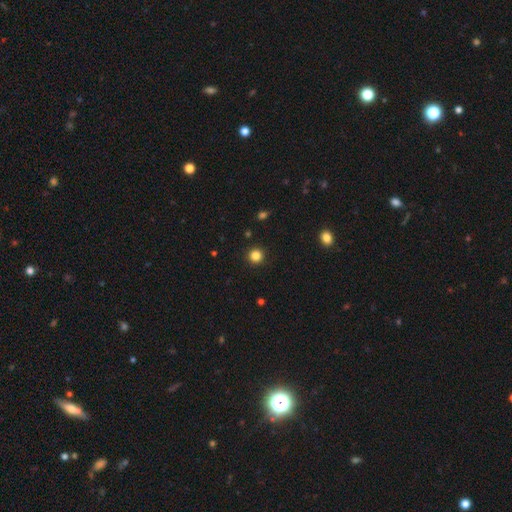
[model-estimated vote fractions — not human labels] This appears to be a smooth galaxy with no disk features (84%) that is round (95%). Merging: none (93%).